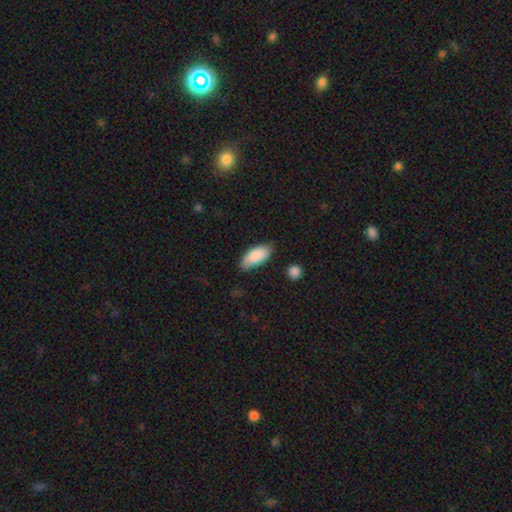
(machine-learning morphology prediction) Smooth or featured? smooth (86%)
How rounded? in between (89%)
Merging? none (72%)